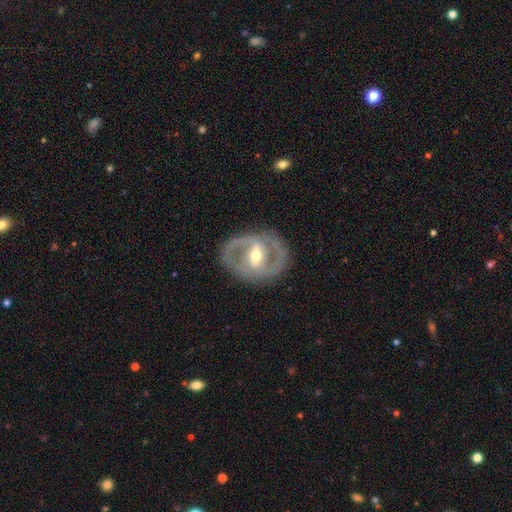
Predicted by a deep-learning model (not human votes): Q: Smooth or featured?
A: featured or disk (86%); runner-up: smooth (9%)
Q: Edge-on disk?
A: no (96%); runner-up: yes (4%)
Q: Bar?
A: strong (49%); runner-up: weak (37%)
Q: Spiral arms?
A: yes (85%); runner-up: no (15%)
Q: Spiral winding?
A: medium (53%); runner-up: tight (31%)
Q: Spiral arm count?
A: 2 (88%); runner-up: can't tell (6%)
Q: Bulge size?
A: moderate (67%); runner-up: small (27%)
Q: Merging?
A: none (81%); runner-up: minor disturbance (12%)